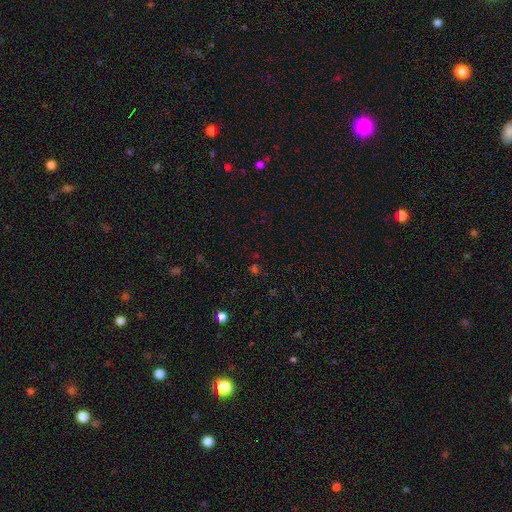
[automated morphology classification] This appears to be a star or artifact, not a galaxy (52%).